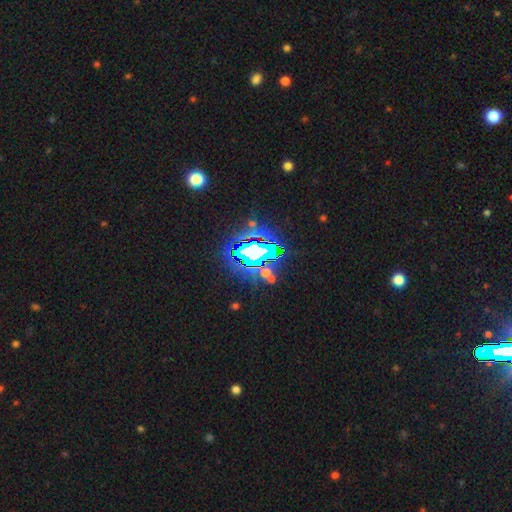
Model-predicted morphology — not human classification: A star or artifact, not a galaxy (73%).

Vote fractions:
- Smooth or featured? star or artifact: 73% / smooth: 14% / featured or disk: 13%